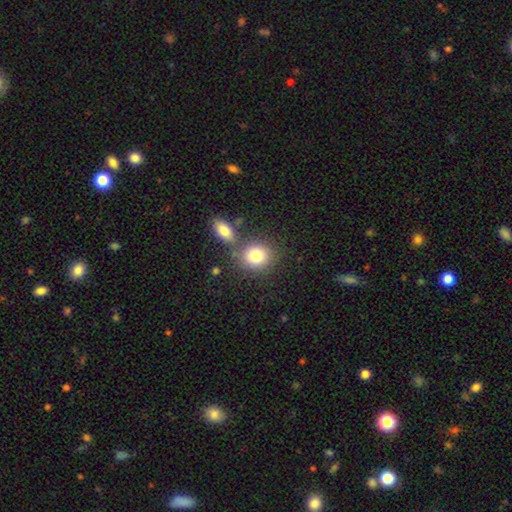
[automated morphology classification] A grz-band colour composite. It shows a smooth galaxy with no disk features (81%) that is round (76%). Merging: none (66%).